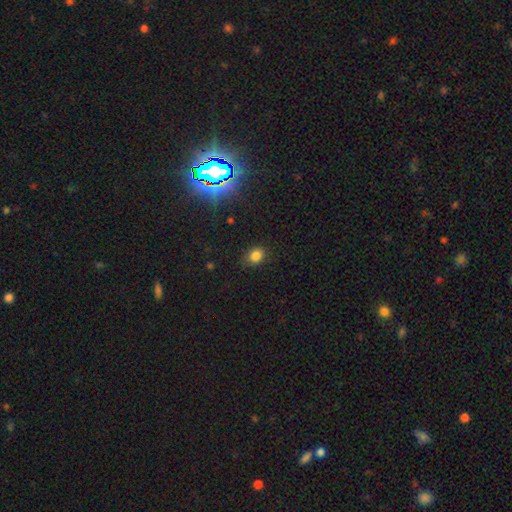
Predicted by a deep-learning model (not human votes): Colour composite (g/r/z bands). It shows a smooth galaxy with no disk features (80%) that is round (54%). Merging: none (79%).